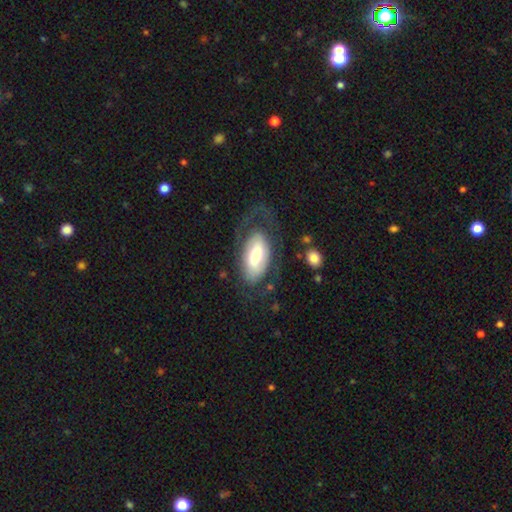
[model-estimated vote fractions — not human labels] Smooth or featured? featured or disk (55%)
Edge-on disk? no (89%)
Merging? none (48%)